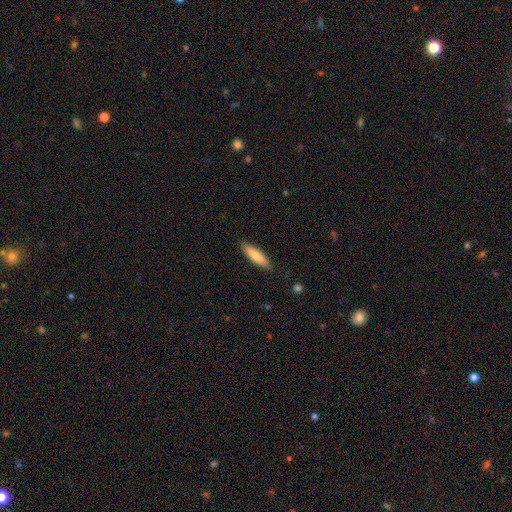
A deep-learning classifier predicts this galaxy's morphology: This appears to be a smooth galaxy with no disk features (78%) that is cigar-shaped (70%). Merging: none (87%).